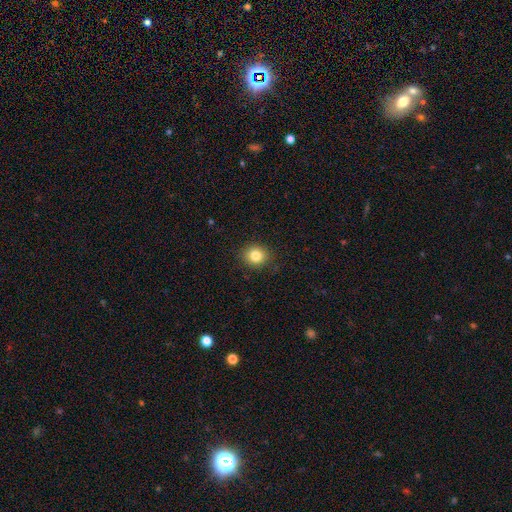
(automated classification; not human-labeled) smooth-or-featured: smooth: 83% | star or artifact: 11% | featured or disk: 6%
  how-rounded: round: 82% | in between: 17% | cigar-shaped: 1%
  merging: none: 90% | minor disturbance: 7% | major disturbance: 2% | merger: 1%